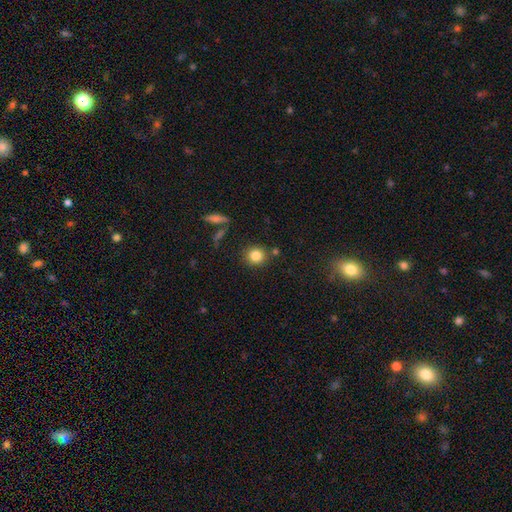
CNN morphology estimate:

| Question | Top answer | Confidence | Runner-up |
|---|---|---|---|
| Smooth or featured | smooth | 83% | star or artifact (11%) |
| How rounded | round | 88% | in between (11%) |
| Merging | none | 82% | minor disturbance (9%) |